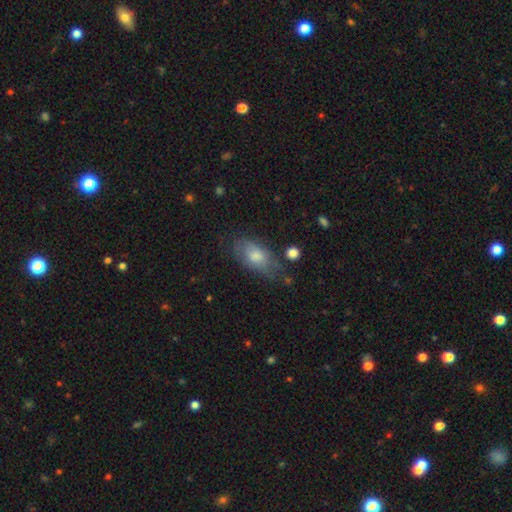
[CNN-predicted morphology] Q: Smooth or featured?
A: smooth (65%); runner-up: featured or disk (26%)
Q: How rounded?
A: in between (87%); runner-up: cigar-shaped (7%)
Q: Merging?
A: none (57%); runner-up: minor disturbance (28%)